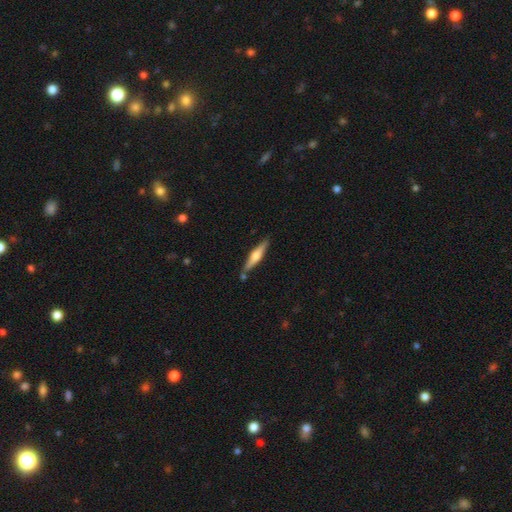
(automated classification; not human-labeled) Smooth or featured? Predicted: featured or disk (p=0.61). Edge-on disk? Predicted: yes (p=0.97). Edge-on bulge? Predicted: rounded (p=0.89). Merging? Predicted: none (p=0.82).